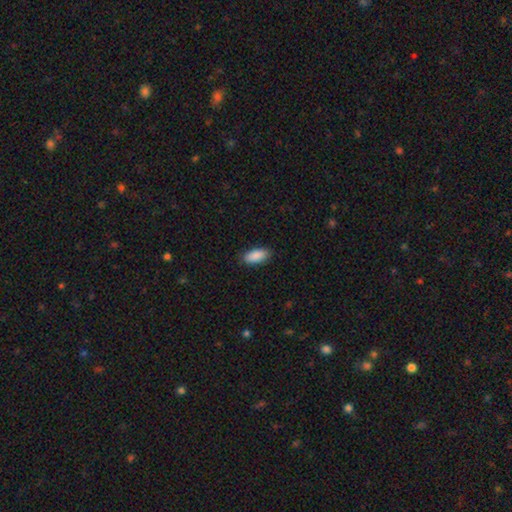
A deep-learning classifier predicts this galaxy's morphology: Smooth or featured?
  - smooth: 90% *
  - star or artifact: 6%
  - featured or disk: 4%
How rounded?
  - in between: 88% *
  - cigar-shaped: 10%
  - round: 2%
Merging?
  - none: 89% *
  - minor disturbance: 8%
  - major disturbance: 2%
  - merger: 1%